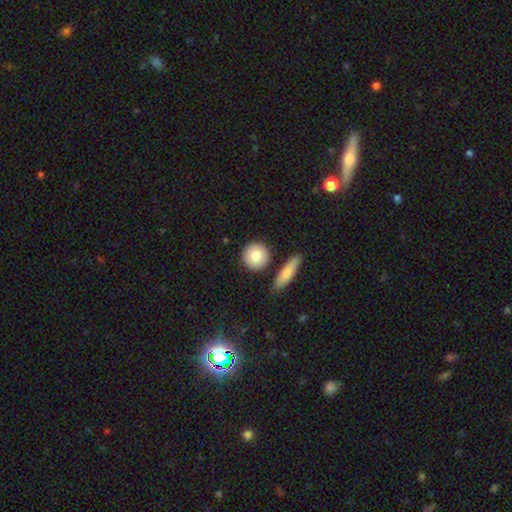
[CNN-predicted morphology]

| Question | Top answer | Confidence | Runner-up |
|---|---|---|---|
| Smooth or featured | smooth | 81% | featured or disk (13%) |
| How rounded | round | 89% | in between (8%) |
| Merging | none | 82% | minor disturbance (9%) |